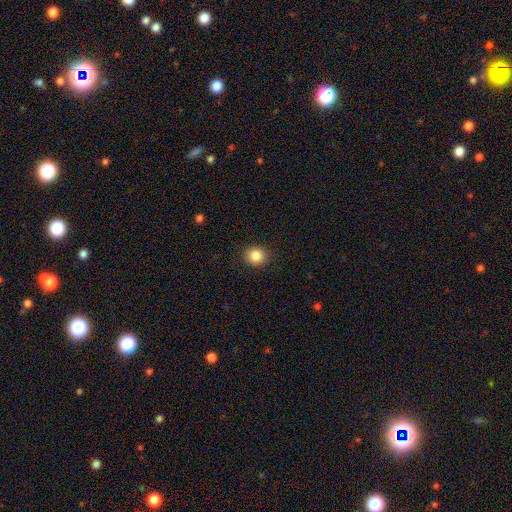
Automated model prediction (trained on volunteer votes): Smooth or featured? smooth (85%)
How rounded? round (84%)
Merging? none (90%)